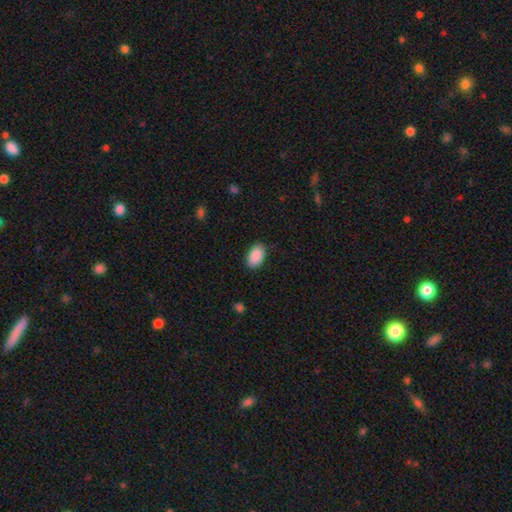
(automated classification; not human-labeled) smooth 90%, star or artifact 6%, featured or disk 3%. Down the decision tree: how rounded — in between (94%); merging — none (85%).